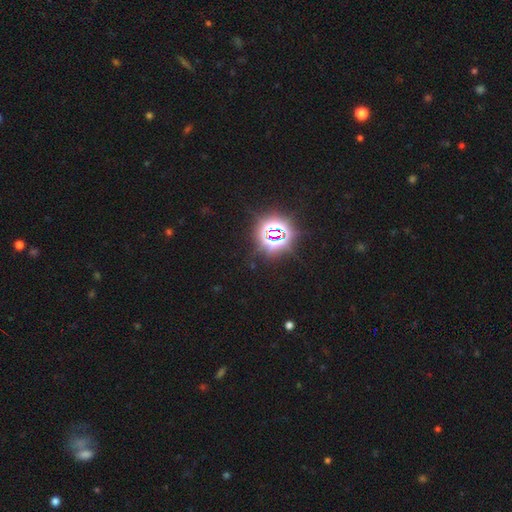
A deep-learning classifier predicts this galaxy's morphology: The model was most divided on "smooth or featured": star or artifact: 84%, smooth: 11%, featured or disk: 5%.